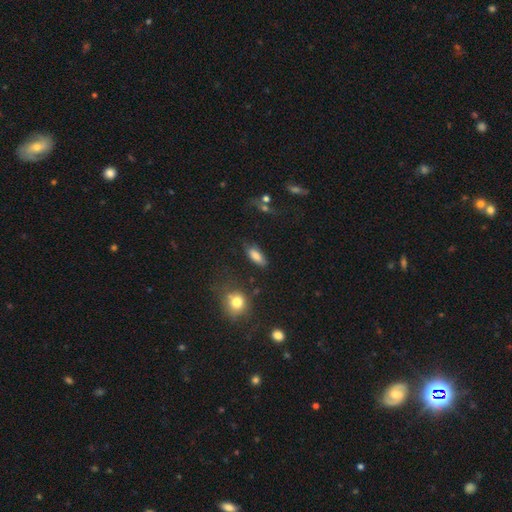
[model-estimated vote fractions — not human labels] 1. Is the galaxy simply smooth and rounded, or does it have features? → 80% smooth, 11% featured or disk, 9% star or artifact.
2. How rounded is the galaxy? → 80% in between, 17% cigar-shaped, 3% round.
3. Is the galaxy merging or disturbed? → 74% none, 17% minor disturbance, 6% major disturbance, 3% merger.